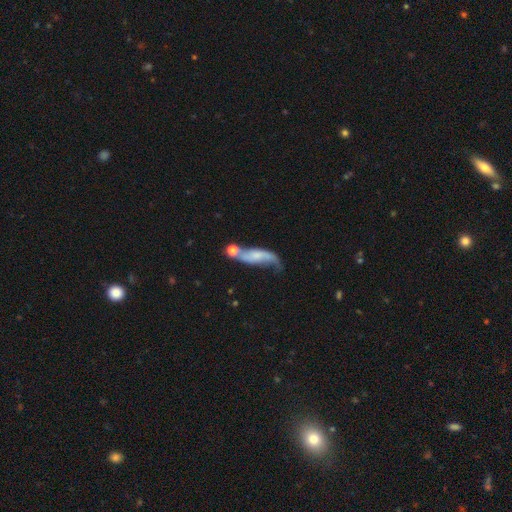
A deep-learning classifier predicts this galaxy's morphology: smooth-or-featured: featured or disk: 59% | smooth: 33% | star or artifact: 8%
  disk-edge-on: no: 81% | yes: 19%
  merging: none: 35% | merger: 24% | minor disturbance: 23% | major disturbance: 18%